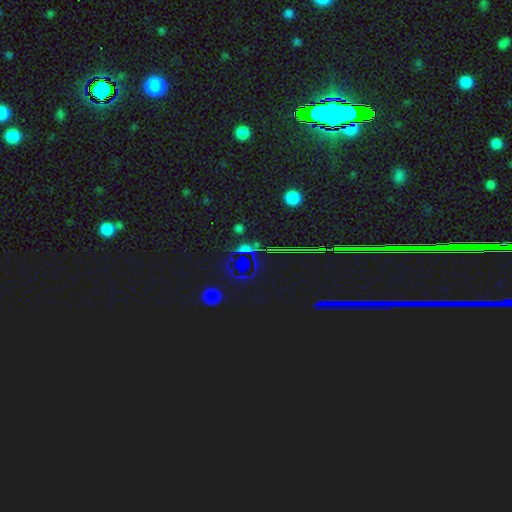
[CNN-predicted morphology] This is clearly a star or artifact rather than a galaxy (81%).